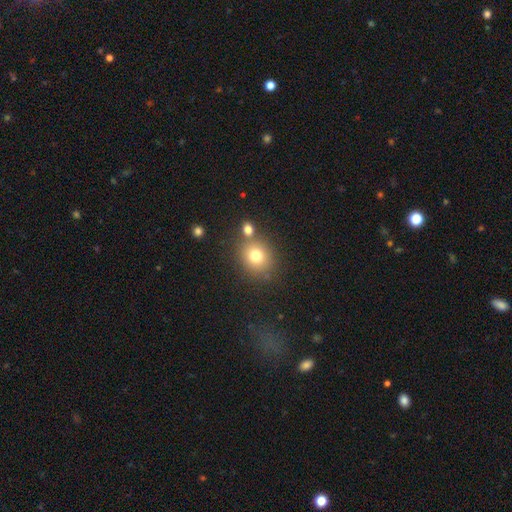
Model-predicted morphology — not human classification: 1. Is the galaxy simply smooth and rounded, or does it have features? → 76% smooth, 13% star or artifact, 11% featured or disk.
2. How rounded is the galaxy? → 78% round, 21% in between, 1% cigar-shaped.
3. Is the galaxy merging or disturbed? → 69% none, 16% merger, 10% minor disturbance, 4% major disturbance.